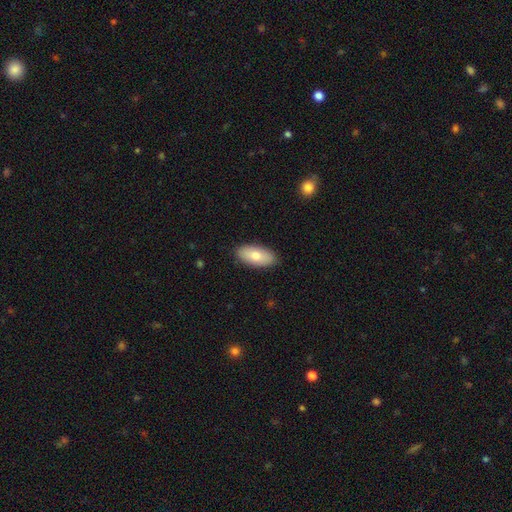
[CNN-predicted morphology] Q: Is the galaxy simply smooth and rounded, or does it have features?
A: smooth — 75%.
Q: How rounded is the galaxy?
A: in between — 91%.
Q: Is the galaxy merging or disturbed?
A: none — 89%.